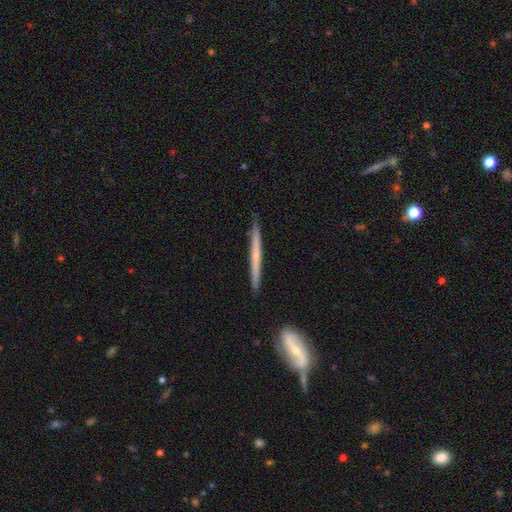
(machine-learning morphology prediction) Q: Smooth or featured?
A: featured or disk (51%); runner-up: smooth (44%)
Q: Edge-on disk?
A: yes (95%); runner-up: no (5%)
Q: Merging?
A: none (89%); runner-up: minor disturbance (8%)